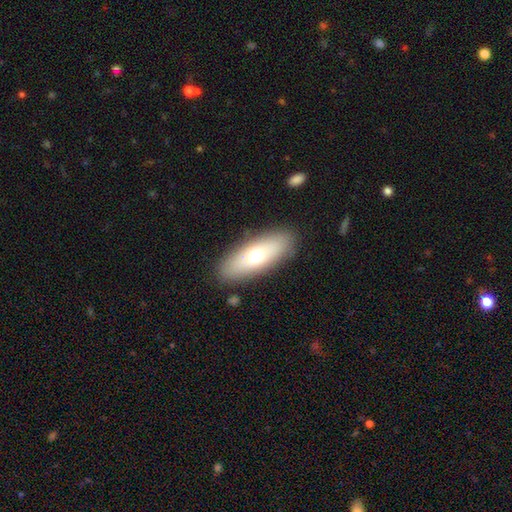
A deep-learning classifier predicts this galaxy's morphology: Smooth or featured: smooth — 63% (featured or disk — 30%)
How rounded: in between — 70% (cigar-shaped — 27%)
Merging: none — 87% (minor disturbance — 9%)